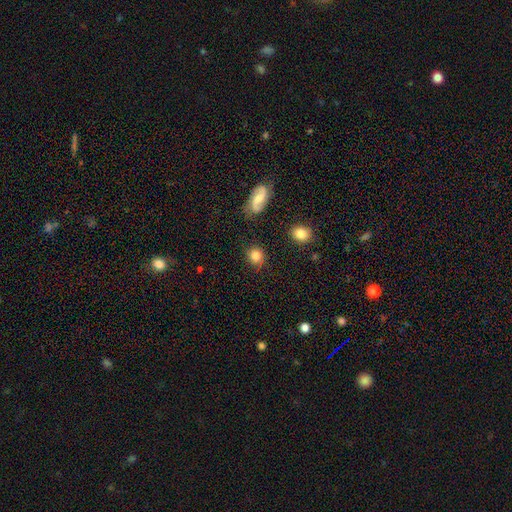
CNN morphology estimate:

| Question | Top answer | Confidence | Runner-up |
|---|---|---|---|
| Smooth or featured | smooth | 80% | featured or disk (11%) |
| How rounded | round | 85% | in between (14%) |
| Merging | none | 84% | minor disturbance (11%) |